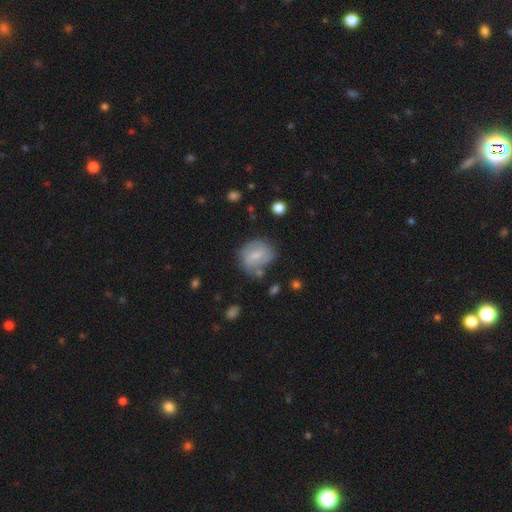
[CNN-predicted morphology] Smooth or featured? Predicted: smooth (p=0.54). How rounded? Predicted: round (p=0.59). Merging? Predicted: none (p=0.58).